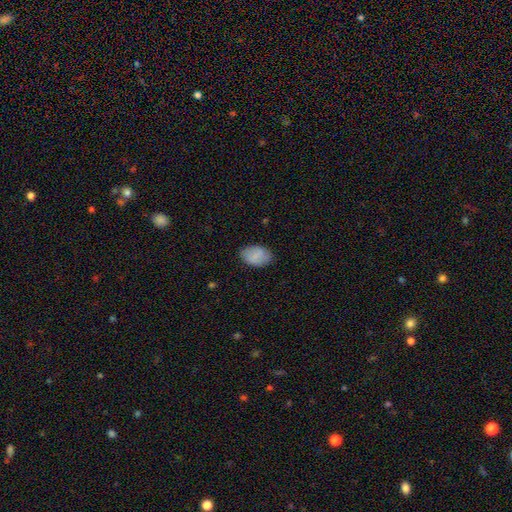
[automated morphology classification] smooth 85%, featured or disk 8%, star or artifact 7%. Down the decision tree: how rounded — in between (88%); merging — none (81%).